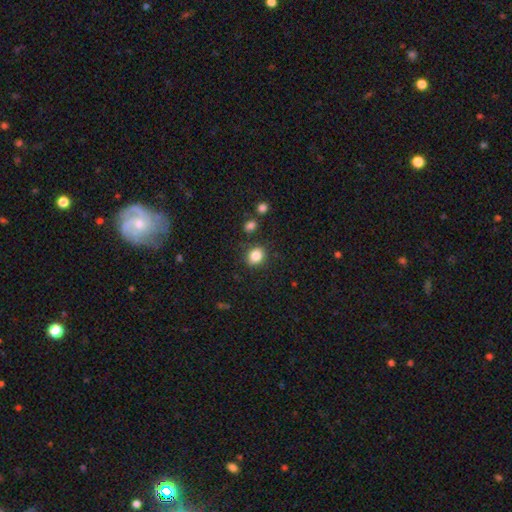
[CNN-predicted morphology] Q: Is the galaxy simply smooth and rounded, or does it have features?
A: smooth — 85%.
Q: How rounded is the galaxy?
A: round — 59%.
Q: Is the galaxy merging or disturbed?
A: none — 83%.